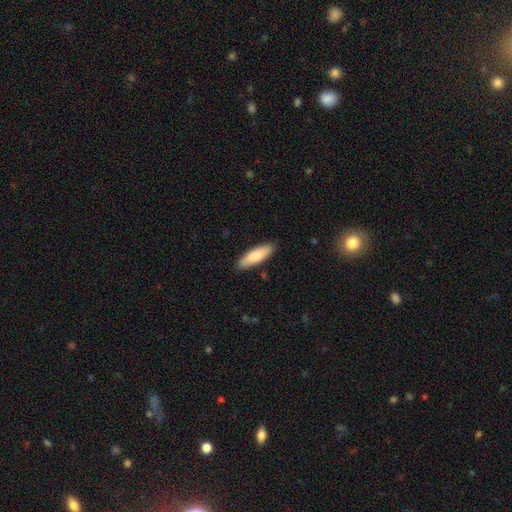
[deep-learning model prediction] A smooth galaxy with no disk features (84%) that is cigar-shaped (50%). Merging: none (88%).